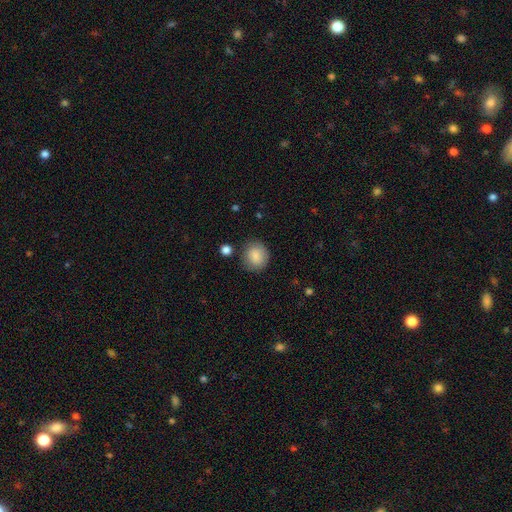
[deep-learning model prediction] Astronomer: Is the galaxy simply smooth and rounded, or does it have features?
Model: smooth — 85%.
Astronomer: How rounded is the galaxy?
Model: round — 79%.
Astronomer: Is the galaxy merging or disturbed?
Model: none — 80%.